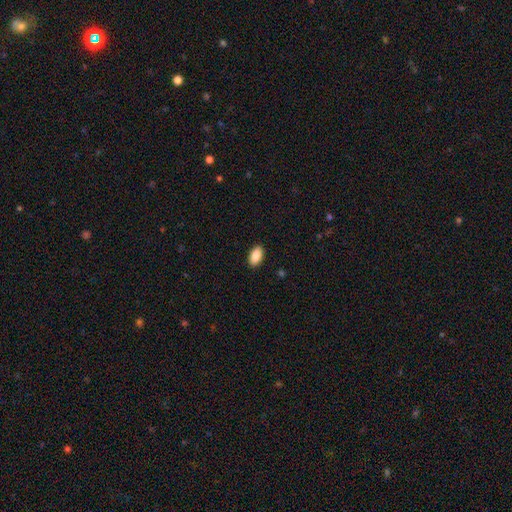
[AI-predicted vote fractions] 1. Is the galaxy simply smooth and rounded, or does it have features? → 87% smooth, 7% star or artifact, 6% featured or disk.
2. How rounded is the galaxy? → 93% in between, 4% round, 3% cigar-shaped.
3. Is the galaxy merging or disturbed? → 90% none, 7% minor disturbance, 2% major disturbance, 1% merger.